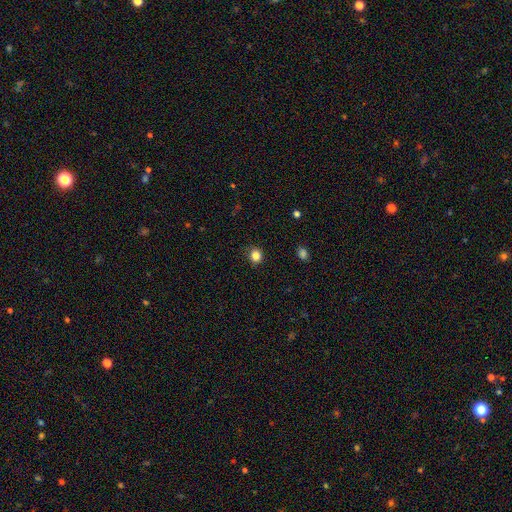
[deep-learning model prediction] This is clearly a smooth galaxy (84%). How rounded: clearly round (84%). Merging: clearly none (89%).